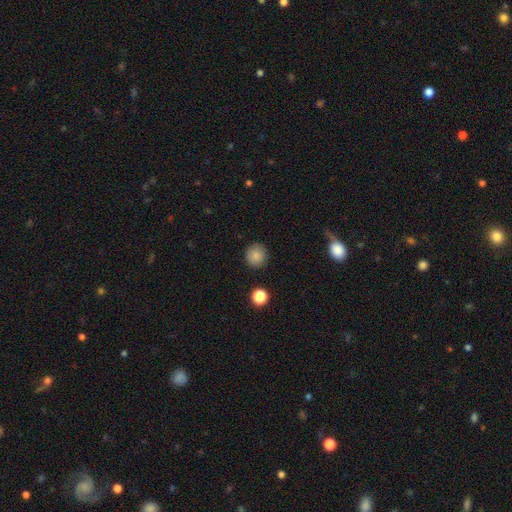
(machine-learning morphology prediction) A smooth galaxy with no disk features (85%) that is round (93%).

Vote fractions:
- Smooth or featured? smooth: 85% / star or artifact: 10% / featured or disk: 5%
- How rounded? round: 93% / in between: 6% / cigar-shaped: 1%
- Merging? none: 89% / minor disturbance: 7% / major disturbance: 2% / merger: 1%